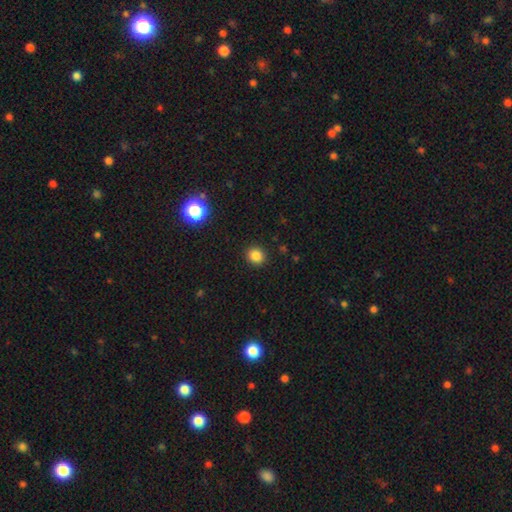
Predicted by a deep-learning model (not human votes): The model was most divided on "how rounded": round: 84%, in between: 15%, cigar-shaped: 1%. More confident: merging — none (91%); smooth or featured — smooth (84%).